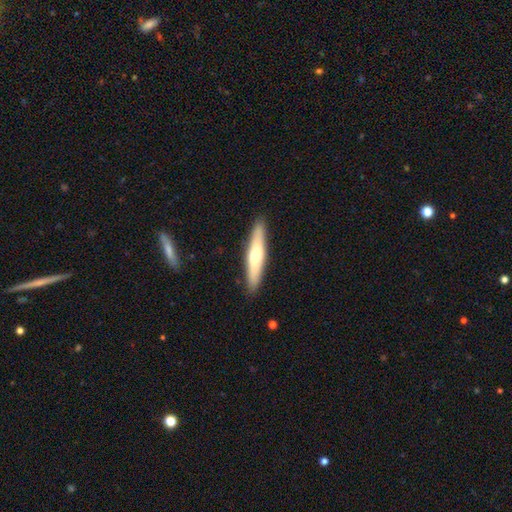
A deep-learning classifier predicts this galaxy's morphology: This appears to be a smooth galaxy with no disk features (53%) that is cigar-shaped (85%). Merging: none (90%).